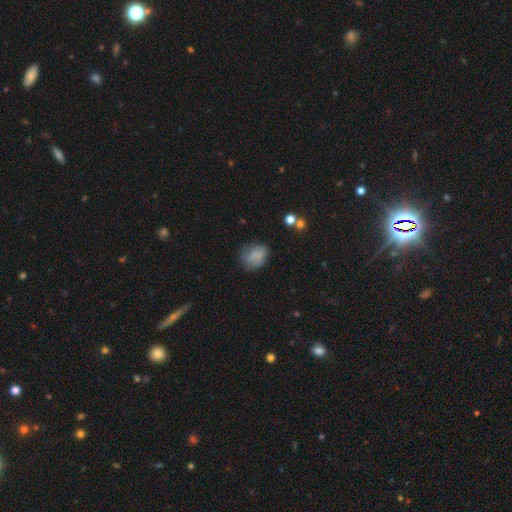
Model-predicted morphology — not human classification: Smooth or featured? smooth (77%)
How rounded? in between (60%)
Merging? none (53%)